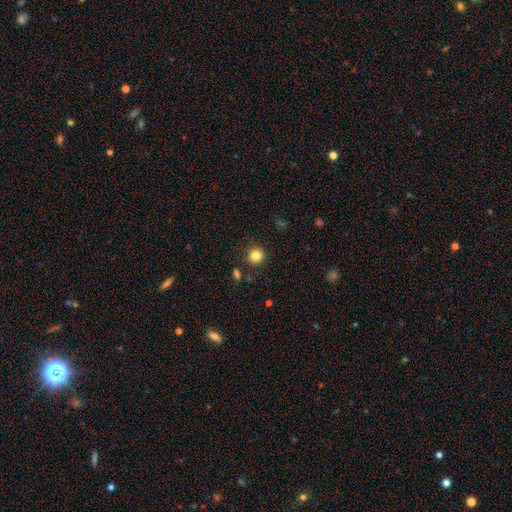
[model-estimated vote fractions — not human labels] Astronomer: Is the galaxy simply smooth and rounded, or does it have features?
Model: smooth — 84%.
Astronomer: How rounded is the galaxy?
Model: round — 93%.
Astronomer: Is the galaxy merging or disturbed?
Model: none — 88%.